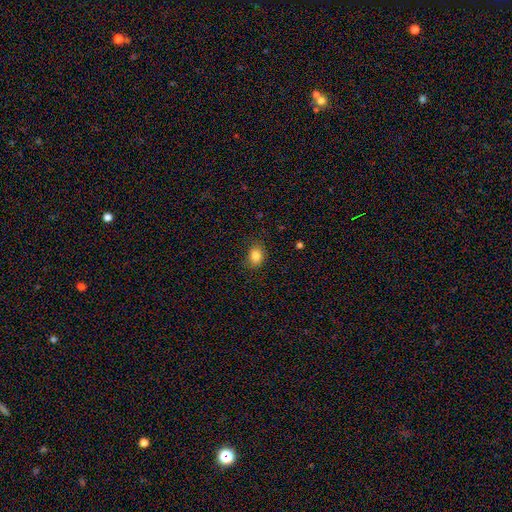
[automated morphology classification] smooth-or-featured: smooth: 85% | star or artifact: 10% | featured or disk: 4%
  how-rounded: in between: 58% | round: 41% | cigar-shaped: 1%
  merging: none: 81% | minor disturbance: 14% | major disturbance: 4% | merger: 1%